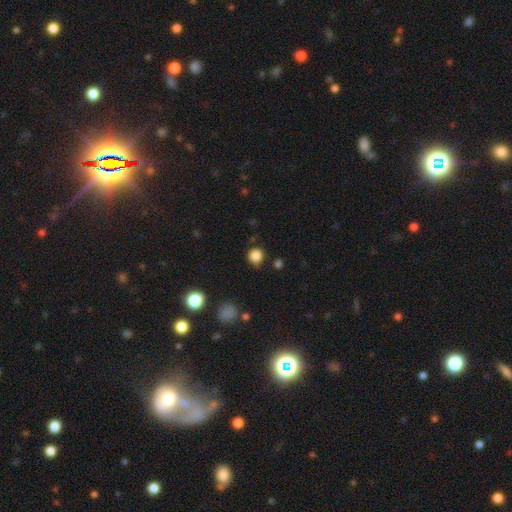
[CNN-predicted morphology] smooth 84%, star or artifact 12%, featured or disk 3%. Down the decision tree: how rounded — round (91%); merging — none (83%).